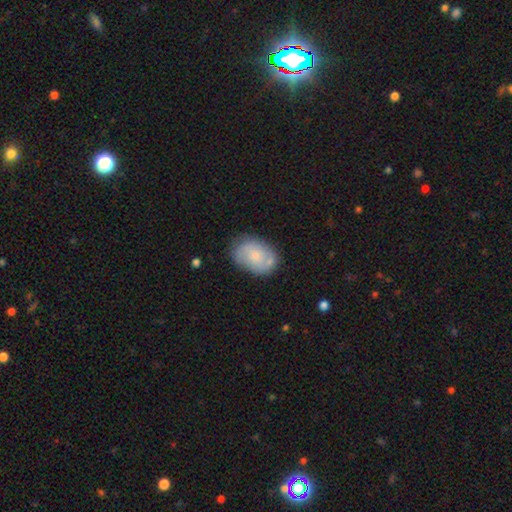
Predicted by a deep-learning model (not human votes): smooth 51%, featured or disk 42%, star or artifact 7%. Down the decision tree: how rounded — in between (81%); merging — none (69%).